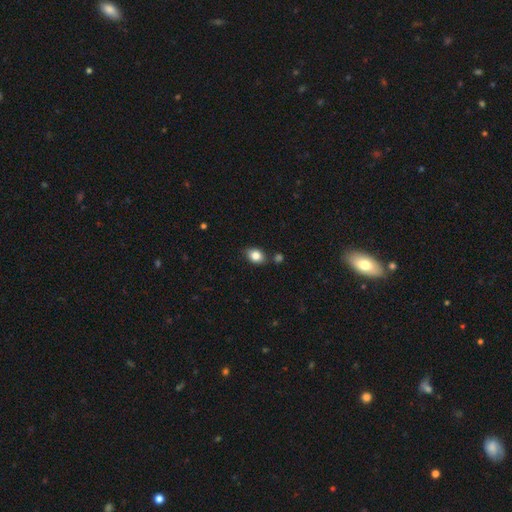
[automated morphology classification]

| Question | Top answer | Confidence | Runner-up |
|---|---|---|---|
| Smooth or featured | smooth | 83% | star or artifact (9%) |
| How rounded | in between | 74% | round (24%) |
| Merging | none | 78% | minor disturbance (13%) |